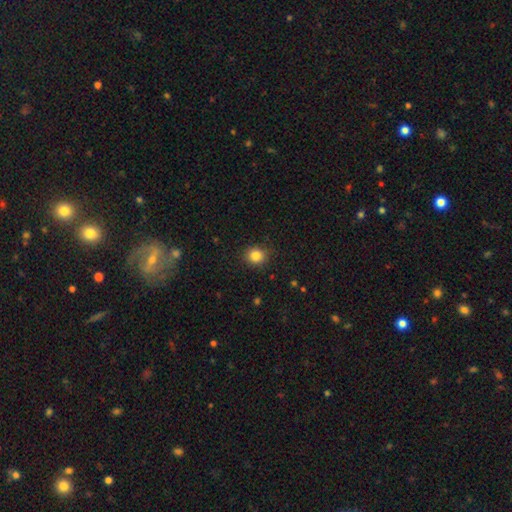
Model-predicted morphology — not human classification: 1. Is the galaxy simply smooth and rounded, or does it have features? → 84% smooth, 11% star or artifact, 5% featured or disk.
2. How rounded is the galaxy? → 80% round, 19% in between, 1% cigar-shaped.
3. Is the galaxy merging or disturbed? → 88% none, 9% minor disturbance, 2% major disturbance, 1% merger.